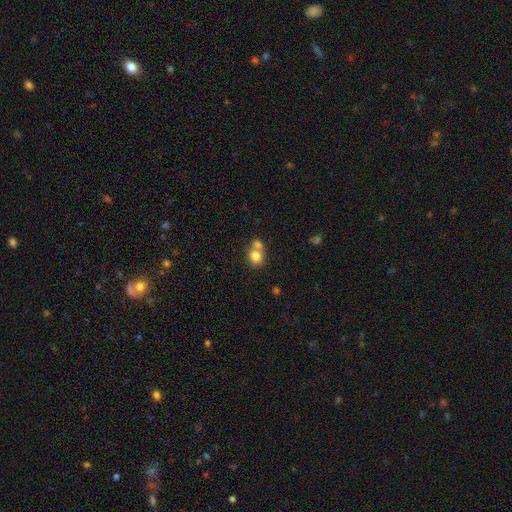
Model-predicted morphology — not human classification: smooth_or_featured: smooth (p=0.80) [alt: featured or disk p=0.11]
how_rounded: round (p=0.70) [alt: in between p=0.29]
merging: merger (p=0.53) [alt: none p=0.37]